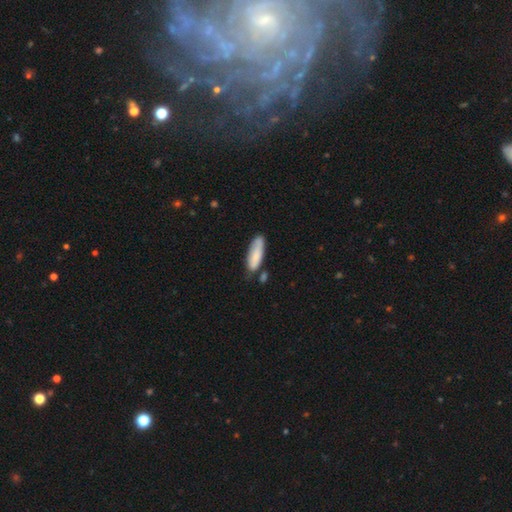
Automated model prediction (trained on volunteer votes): Morphology: type=smooth (80%); roundness=in between (56%); merging=none (57%).